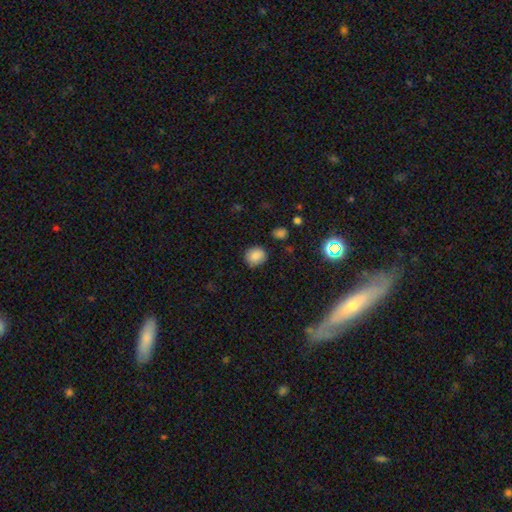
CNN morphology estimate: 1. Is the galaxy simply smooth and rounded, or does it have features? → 83% smooth, 11% star or artifact, 6% featured or disk.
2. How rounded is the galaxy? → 80% round, 19% in between, 1% cigar-shaped.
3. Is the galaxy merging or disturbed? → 86% none, 10% minor disturbance, 2% major disturbance, 2% merger.